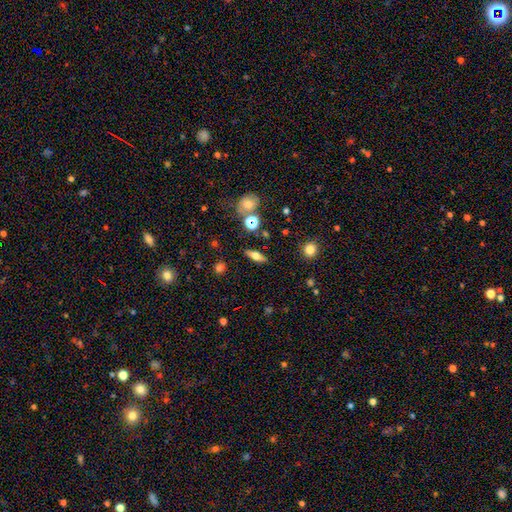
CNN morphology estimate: This appears to be a smooth galaxy with no disk features (44%, tied with featured or disk). Merging: none (84%).